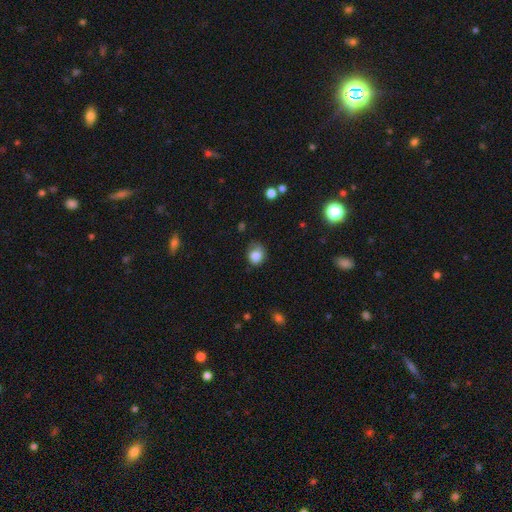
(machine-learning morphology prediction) Smooth or featured? smooth (82%)
How rounded? round (63%)
Merging? none (53%)